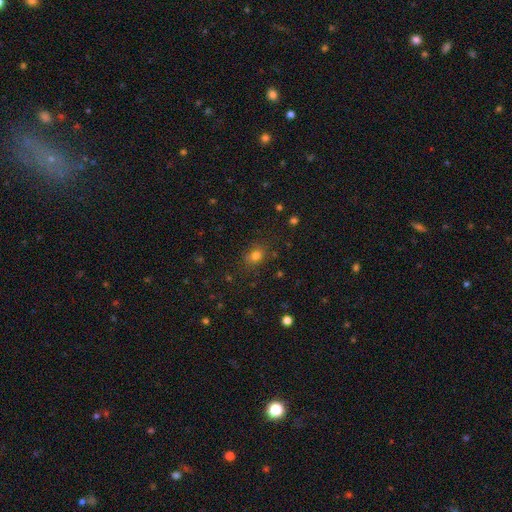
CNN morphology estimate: A smooth galaxy with no disk features (77%) that is round (61%).

Vote fractions:
- Smooth or featured? smooth: 77% / star or artifact: 16% / featured or disk: 7%
- How rounded? round: 61% / in between: 37% / cigar-shaped: 1%
- Merging? none: 81% / minor disturbance: 13% / major disturbance: 4% / merger: 2%